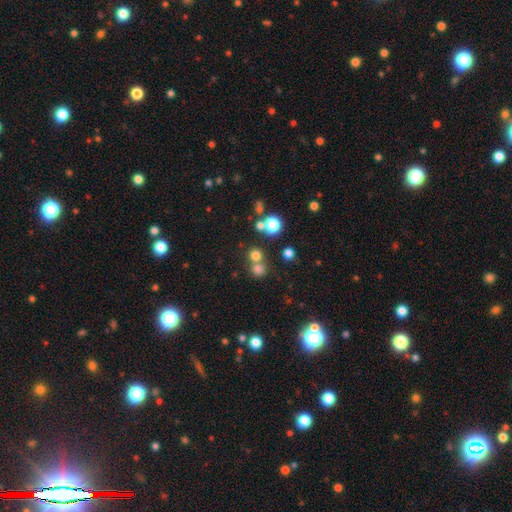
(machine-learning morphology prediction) This appears to be a smooth galaxy with no disk features (70%) that is round (90%). Merging: none (61%).